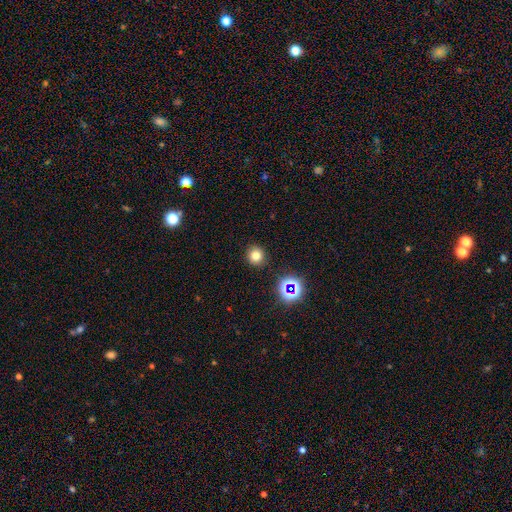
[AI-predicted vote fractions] Smooth or featured? smooth (74%)
How rounded? round (90%)
Merging? none (90%)